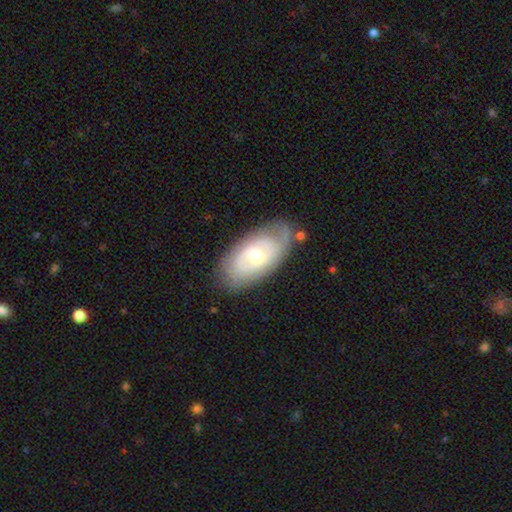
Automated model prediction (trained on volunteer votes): Morphology: type=featured or disk (64%); edge-on=no (92%); bar=no (64%); spiral arms=yes (72%); bulge=moderate (58%); merging=none (71%).